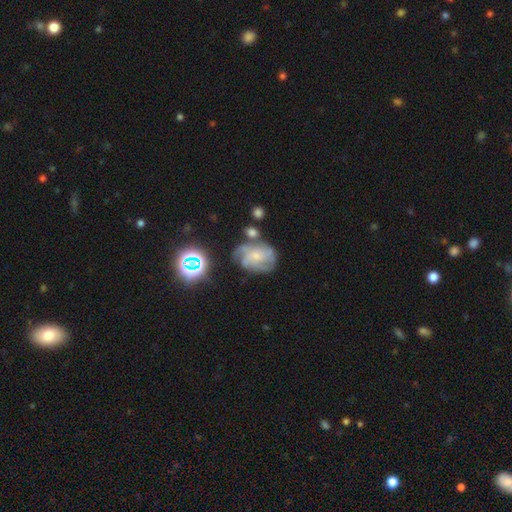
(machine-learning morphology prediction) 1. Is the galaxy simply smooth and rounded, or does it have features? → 65% featured or disk, 23% smooth, 12% star or artifact.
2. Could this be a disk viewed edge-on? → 97% no, 3% yes.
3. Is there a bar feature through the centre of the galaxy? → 69% no, 26% weak, 5% strong.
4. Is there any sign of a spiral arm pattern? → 82% yes, 18% no.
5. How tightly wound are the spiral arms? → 42% medium, 40% tight, 18% loose.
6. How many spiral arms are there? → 36% can't tell, 27% 3, 14% 2, 13% 4, 5% 1, 5% more than 4.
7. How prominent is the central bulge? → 54% small, 28% moderate, 14% none, 3% large, 1% dominant.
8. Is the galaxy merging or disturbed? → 49% none, 25% minor disturbance, 17% major disturbance, 9% merger.